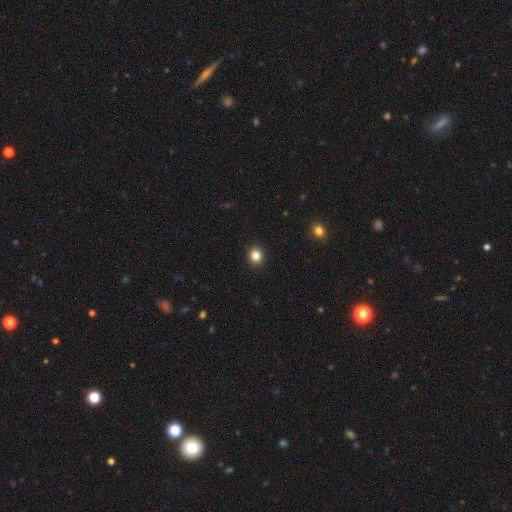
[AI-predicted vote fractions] Q: Smooth or featured?
A: smooth (84%); runner-up: star or artifact (11%)
Q: How rounded?
A: round (80%); runner-up: in between (19%)
Q: Merging?
A: none (92%); runner-up: minor disturbance (5%)